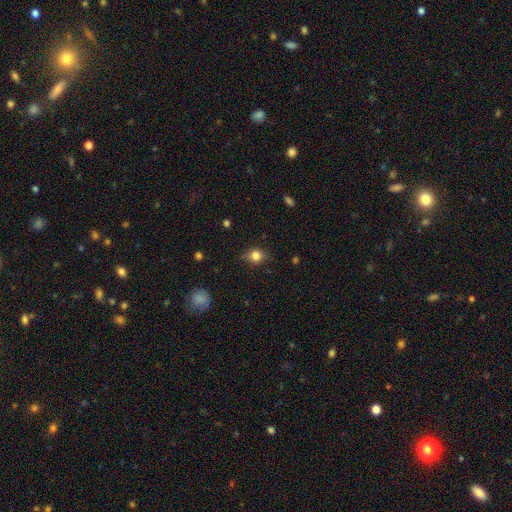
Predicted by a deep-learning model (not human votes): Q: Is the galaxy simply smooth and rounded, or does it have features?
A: smooth — 81%.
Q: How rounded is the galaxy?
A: round — 69%.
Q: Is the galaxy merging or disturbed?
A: none — 73%.